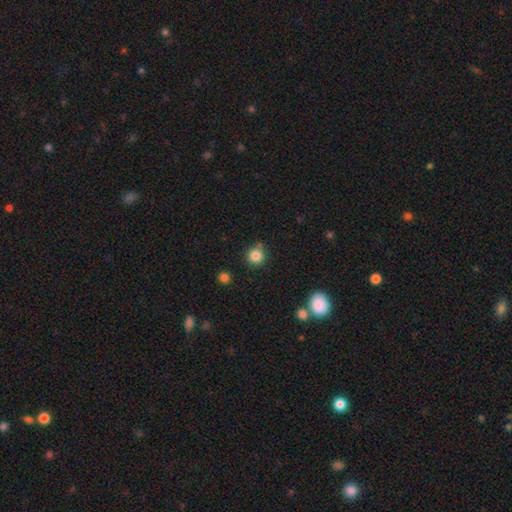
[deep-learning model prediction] A smooth galaxy with no disk features (84%) that is round (91%). Merging: none (78%).